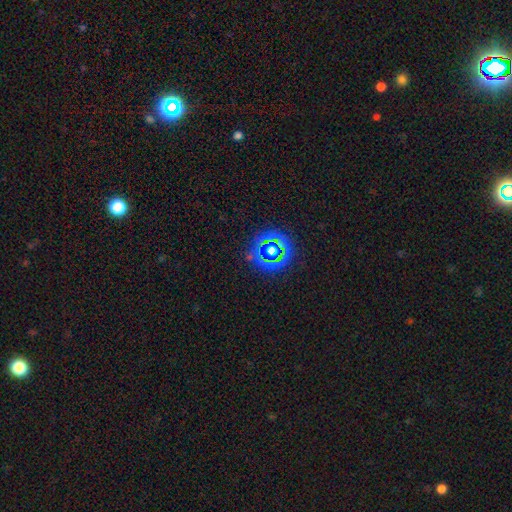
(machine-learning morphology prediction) Q: Smooth or featured?
A: star or artifact (64%); runner-up: smooth (28%)